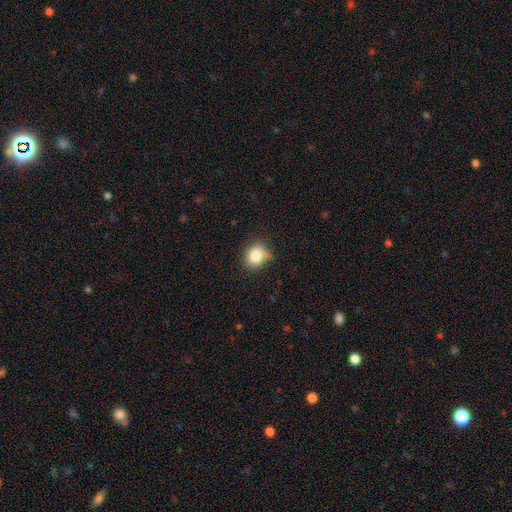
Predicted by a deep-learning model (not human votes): smooth-or-featured: smooth: 82% | star or artifact: 10% | featured or disk: 8%
  how-rounded: round: 72% | in between: 27% | cigar-shaped: 1%
  merging: none: 63% | minor disturbance: 28% | major disturbance: 6% | merger: 3%